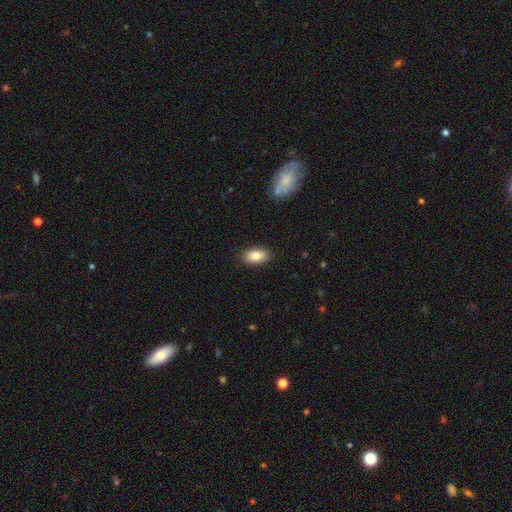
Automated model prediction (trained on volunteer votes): A smooth galaxy with no disk features (85%) that is in between round and cigar-shaped (92%). Merging: none (88%).